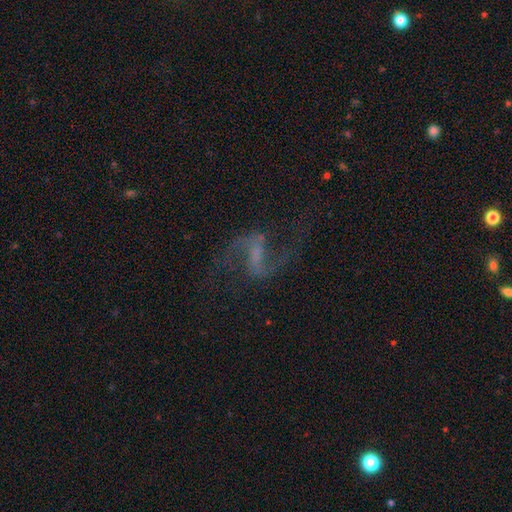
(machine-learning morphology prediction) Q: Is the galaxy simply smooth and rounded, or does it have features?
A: featured or disk — 88%.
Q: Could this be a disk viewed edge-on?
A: no — 97%.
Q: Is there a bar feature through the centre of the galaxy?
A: weak — 45%.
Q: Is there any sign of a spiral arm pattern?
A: yes — 97%.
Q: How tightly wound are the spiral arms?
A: loose — 66%.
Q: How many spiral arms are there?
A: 2 — 94%.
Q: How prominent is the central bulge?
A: none — 44%.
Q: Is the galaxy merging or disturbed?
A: none — 75%.